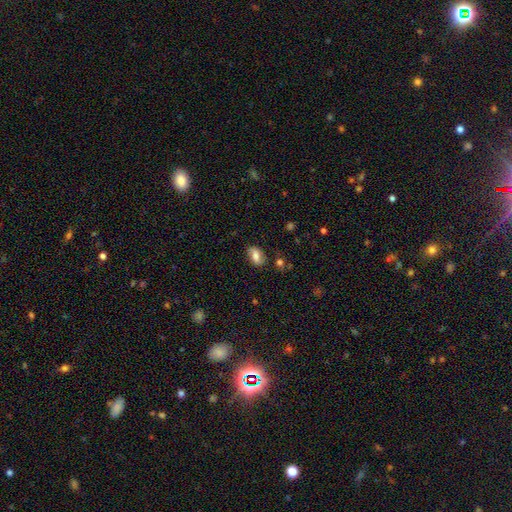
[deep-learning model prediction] This appears to be a smooth galaxy with no disk features (64%) that is in between round and cigar-shaped (85%). Merging: none (75%).